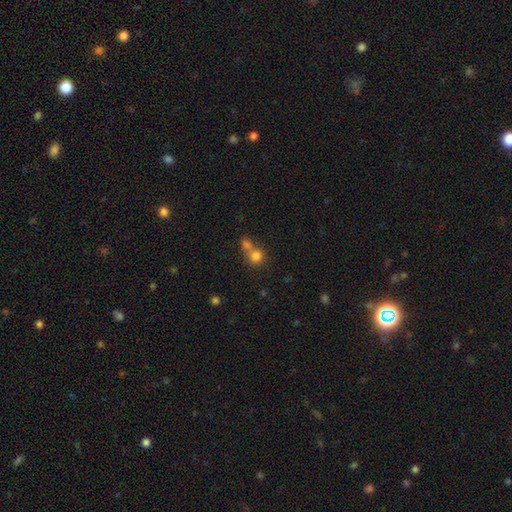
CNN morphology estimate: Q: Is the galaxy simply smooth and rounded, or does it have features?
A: smooth — 78%.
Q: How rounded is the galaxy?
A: round — 83%.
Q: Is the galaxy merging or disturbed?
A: merger — 52%.